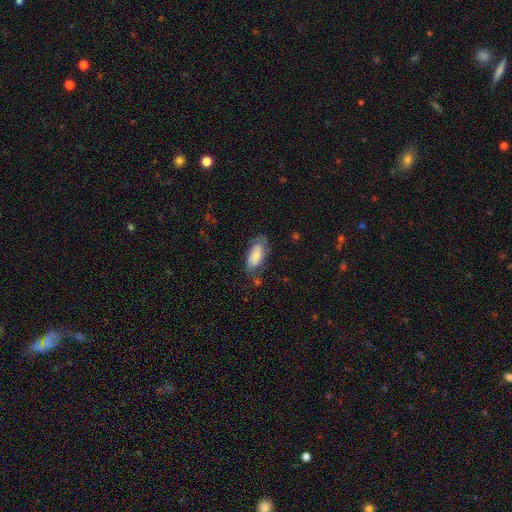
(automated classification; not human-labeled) smooth-or-featured: smooth: 67% | featured or disk: 26% | star or artifact: 7%
  how-rounded: in between: 87% | cigar-shaped: 11% | round: 2%
  merging: none: 56% | minor disturbance: 28% | major disturbance: 13% | merger: 3%